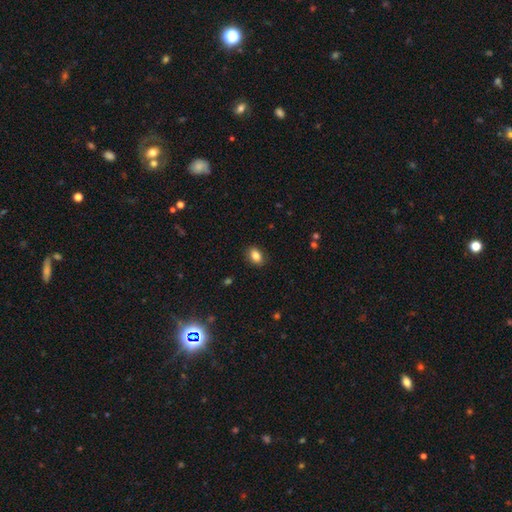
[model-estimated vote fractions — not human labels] smooth-or-featured: smooth: 85% | star or artifact: 9% | featured or disk: 6%
  how-rounded: in between: 80% | round: 18% | cigar-shaped: 1%
  merging: none: 88% | minor disturbance: 9% | major disturbance: 2% | merger: 1%